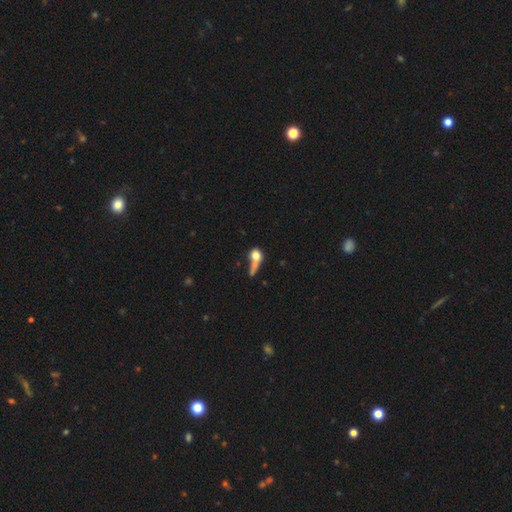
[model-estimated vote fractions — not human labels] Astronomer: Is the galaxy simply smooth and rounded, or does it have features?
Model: smooth — 65%.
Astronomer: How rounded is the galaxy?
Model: round — 55% (runner-up: in between, 32%).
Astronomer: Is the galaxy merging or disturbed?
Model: merger — 31% (runner-up: major disturbance, 28%).